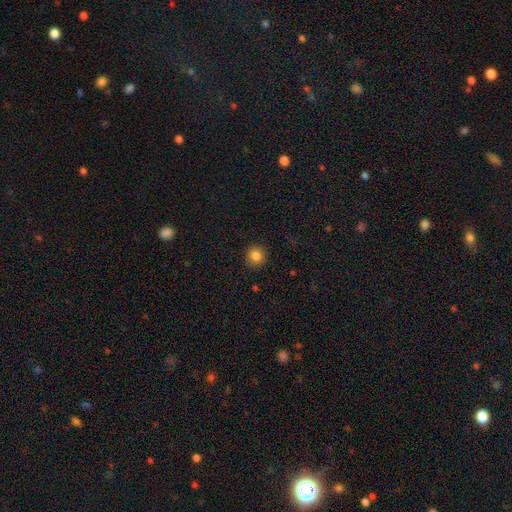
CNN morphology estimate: smooth-or-featured: smooth: 84% | star or artifact: 11% | featured or disk: 5%
  how-rounded: round: 91% | in between: 8% | cigar-shaped: 1%
  merging: none: 91% | minor disturbance: 6% | major disturbance: 2% | merger: 1%